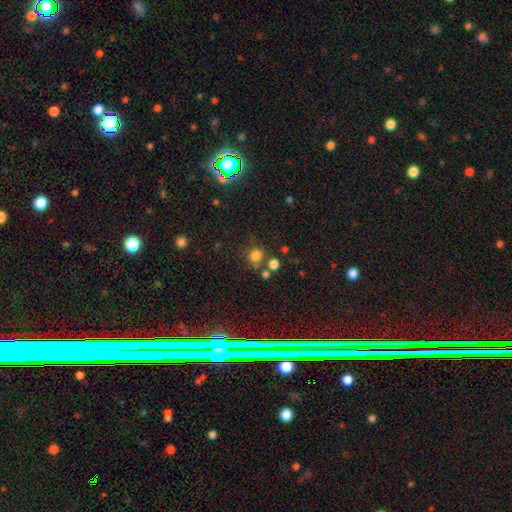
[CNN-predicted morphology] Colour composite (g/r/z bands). It shows a smooth galaxy with no disk features (77%) that is round (83%). Merging: none (67%).